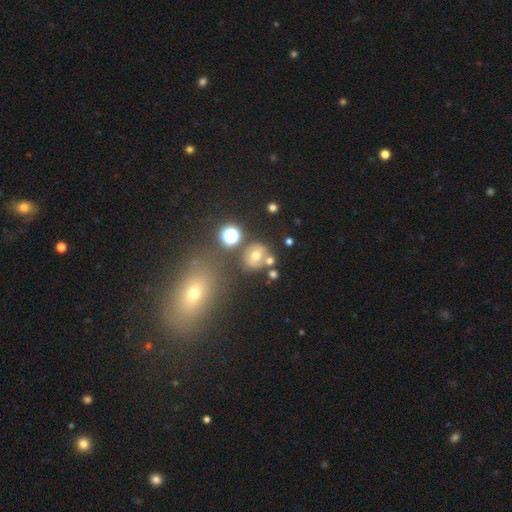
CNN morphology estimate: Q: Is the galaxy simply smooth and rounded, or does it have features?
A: smooth — 54%.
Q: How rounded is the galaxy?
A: round — 71%.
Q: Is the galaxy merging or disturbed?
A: none — 67%.